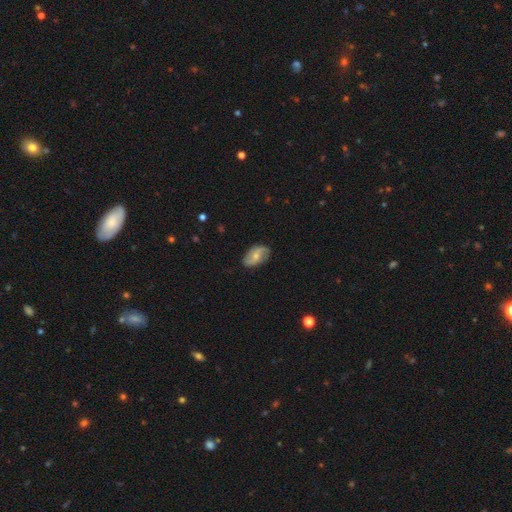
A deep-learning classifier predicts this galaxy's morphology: The model was most divided on "bulge size": moderate: 48%, small: 47%, none: 3%, large: 2%, dominant: 1%. Remaining: edge-on disk — no (95%); spiral arms — yes (85%); merging — none (79%); smooth or featured — featured or disk (62%); bar — no (46%).